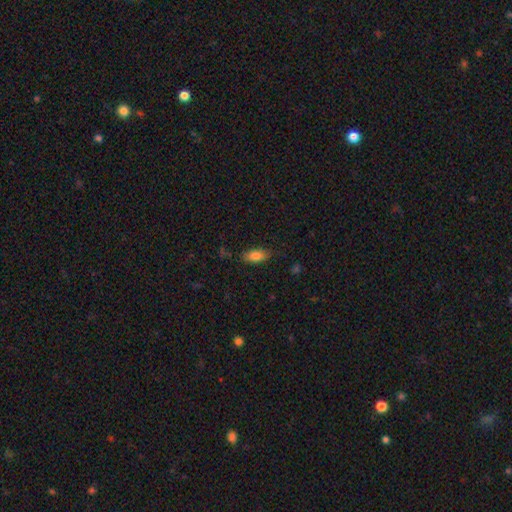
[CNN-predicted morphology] A smooth galaxy with no disk features (81%) that is in between round and cigar-shaped (85%).

Vote fractions:
- Smooth or featured? smooth: 81% / featured or disk: 11% / star or artifact: 8%
- How rounded? in between: 85% / cigar-shaped: 12% / round: 3%
- Merging? none: 80% / minor disturbance: 15% / major disturbance: 3% / merger: 2%